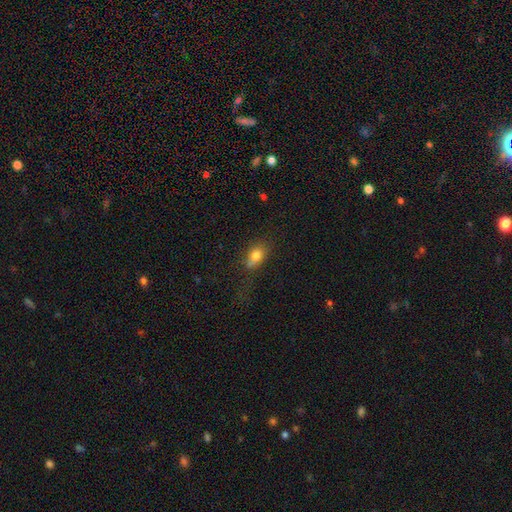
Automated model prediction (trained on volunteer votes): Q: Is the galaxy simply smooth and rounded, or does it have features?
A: smooth — 77%.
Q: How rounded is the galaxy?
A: in between — 76%.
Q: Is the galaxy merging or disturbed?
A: none — 47%.